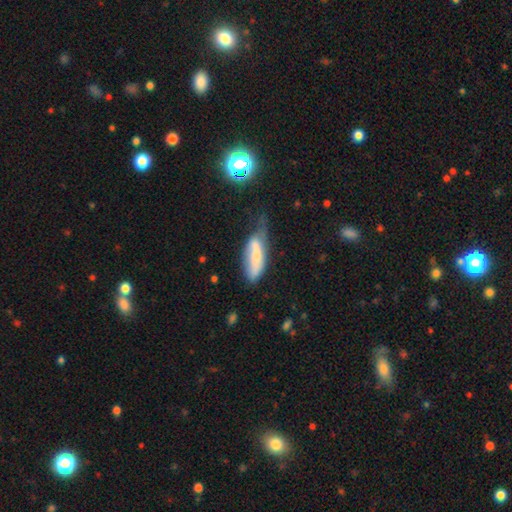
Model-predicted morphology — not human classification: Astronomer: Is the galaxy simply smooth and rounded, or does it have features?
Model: smooth — 57% (runner-up: featured or disk, 36%).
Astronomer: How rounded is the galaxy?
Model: in between — 69%.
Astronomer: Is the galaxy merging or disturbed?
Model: minor disturbance — 39% (runner-up: major disturbance, 28%).